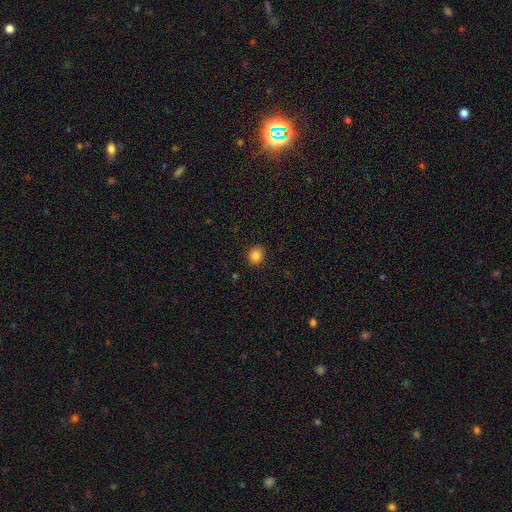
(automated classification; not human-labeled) Morphology: type=smooth (84%); roundness=round (78%); merging=none (88%).